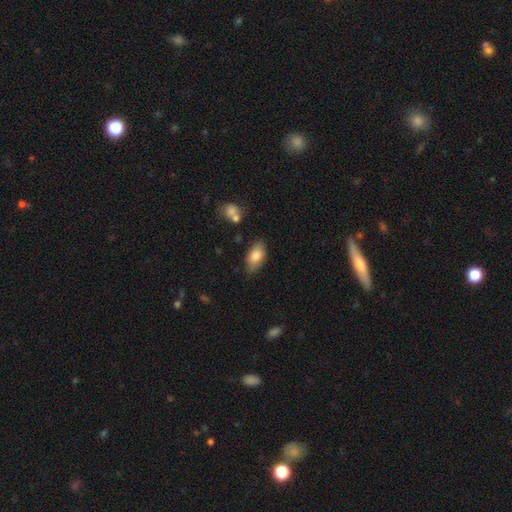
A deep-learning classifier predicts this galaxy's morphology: Smooth or featured? smooth (79%)
How rounded? in between (92%)
Merging? none (79%)